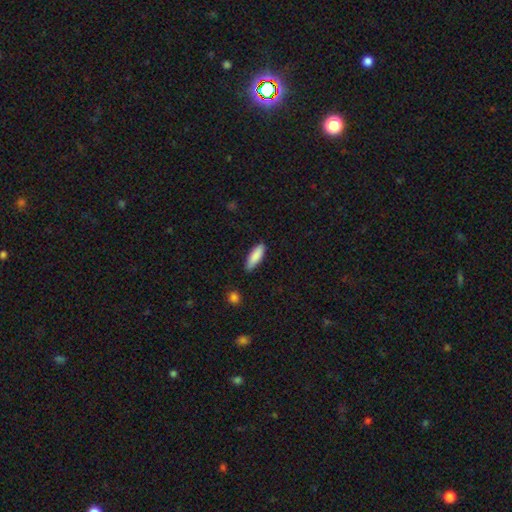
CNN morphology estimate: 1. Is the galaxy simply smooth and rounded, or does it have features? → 87% smooth, 7% featured or disk, 6% star or artifact.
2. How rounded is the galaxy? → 52% in between, 47% cigar-shaped, 2% round.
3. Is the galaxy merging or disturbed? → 83% none, 13% minor disturbance, 2% major disturbance, 2% merger.